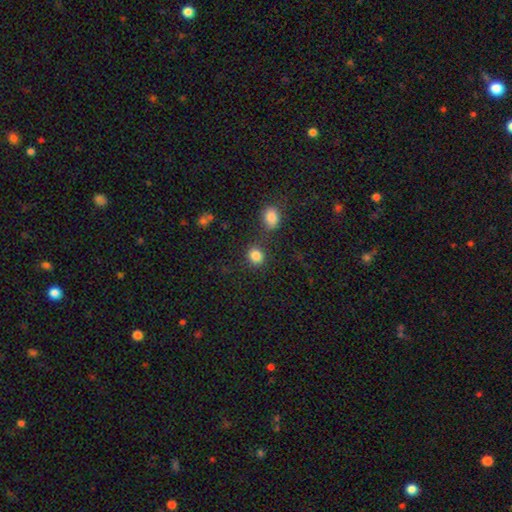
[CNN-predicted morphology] Smooth or featured? smooth (84%)
How rounded? round (74%)
Merging? none (77%)